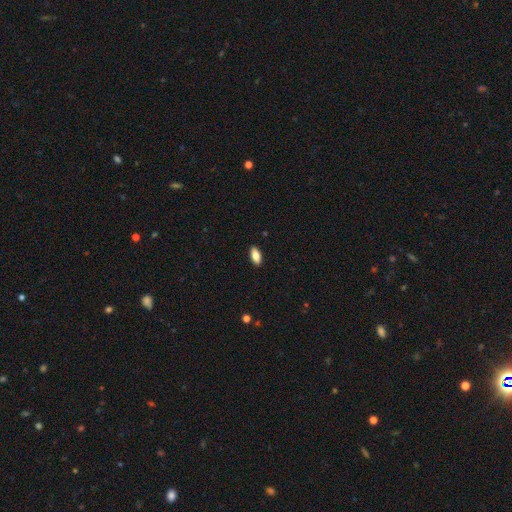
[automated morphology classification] Smooth or featured?
  - smooth: 83% *
  - featured or disk: 10%
  - star or artifact: 7%
How rounded?
  - in between: 86% *
  - cigar-shaped: 12%
  - round: 2%
Merging?
  - none: 90% *
  - minor disturbance: 8%
  - major disturbance: 2%
  - merger: 1%